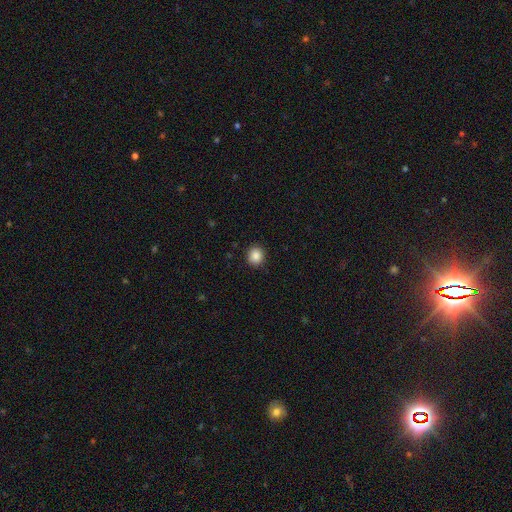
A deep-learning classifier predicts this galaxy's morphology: Smooth or featured?
  - smooth: 87% *
  - star or artifact: 9%
  - featured or disk: 3%
How rounded?
  - round: 84% *
  - in between: 15%
  - cigar-shaped: 1%
Merging?
  - none: 90% *
  - minor disturbance: 7%
  - major disturbance: 2%
  - merger: 1%